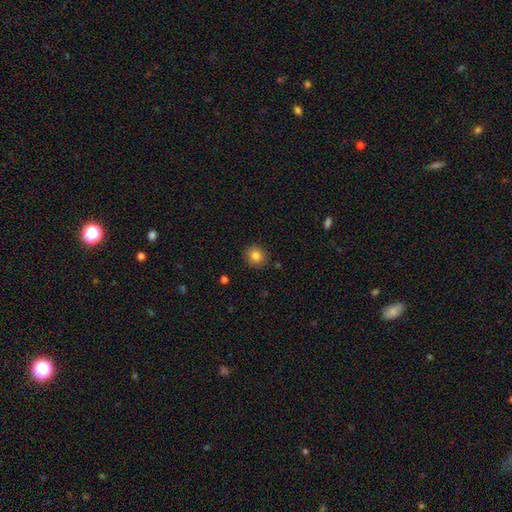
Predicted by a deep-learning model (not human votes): Morphology: type=smooth (83%); roundness=round (83%); merging=none (89%).